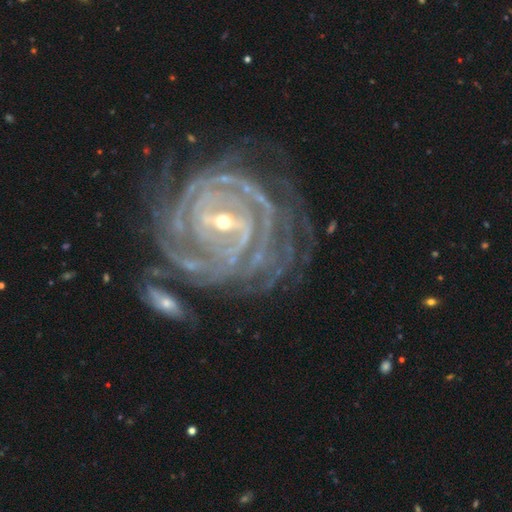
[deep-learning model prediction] The model was most divided on "spiral arm count": 4: 23%, can't tell: 21%, more than 4: 17%, 3: 16%, 2: 15%, 1: 8%. Remaining: spiral arms — yes (98%); edge-on disk — no (97%); smooth or featured — featured or disk (92%); spiral winding — tight (86%); bulge size — small (65%); merging — none (63%); bar — strong (44%).